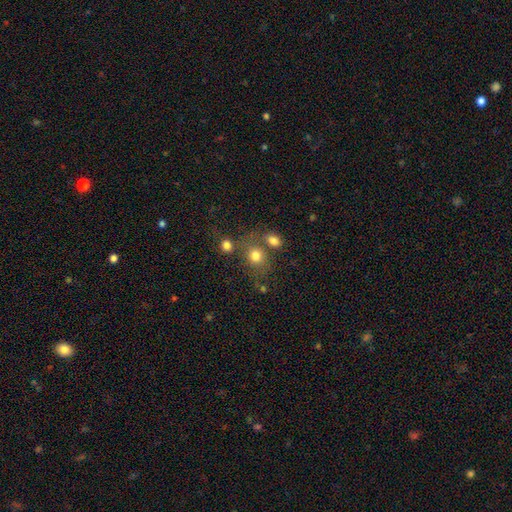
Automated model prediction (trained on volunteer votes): This is likely a smooth galaxy (77%). How rounded: likely round (73%). Merging: possibly none (59%).